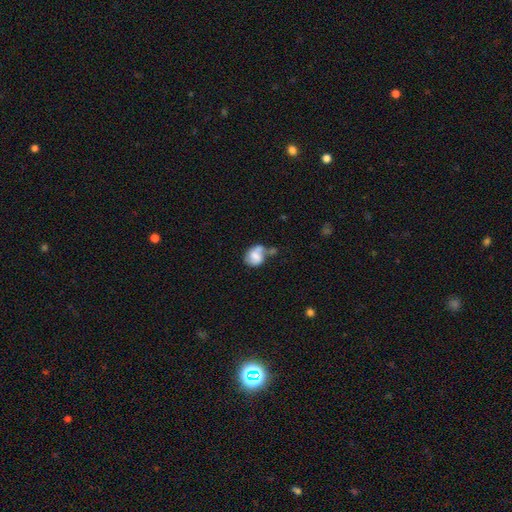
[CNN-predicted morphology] type=smooth (61%); roundness=round (56%); merging=merger (37%).